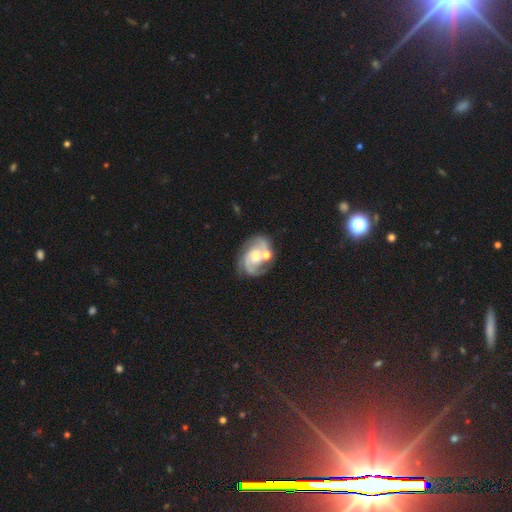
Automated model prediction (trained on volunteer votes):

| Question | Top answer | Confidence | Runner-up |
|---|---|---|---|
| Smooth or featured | featured or disk | 85% | smooth (9%) |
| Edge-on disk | no | 98% | yes (2%) |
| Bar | no | 61% | weak (32%) |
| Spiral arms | yes | 96% | no (4%) |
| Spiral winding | medium | 53% | tight (29%) |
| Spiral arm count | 2 | 81% | 3 (7%) |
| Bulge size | small | 45% | moderate (44%) |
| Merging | none | 54% | merger (23%) |